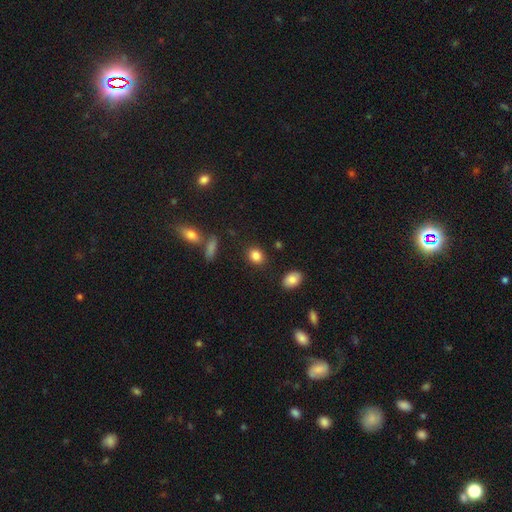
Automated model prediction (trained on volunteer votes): Morphology: type=smooth (86%); roundness=round (55%); merging=none (87%).